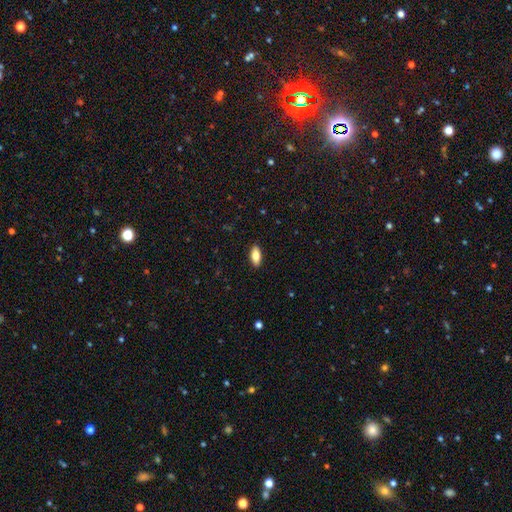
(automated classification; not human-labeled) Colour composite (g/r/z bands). It shows a smooth galaxy with no disk features (82%) that is in between round and cigar-shaped (85%). Merging: none (90%).